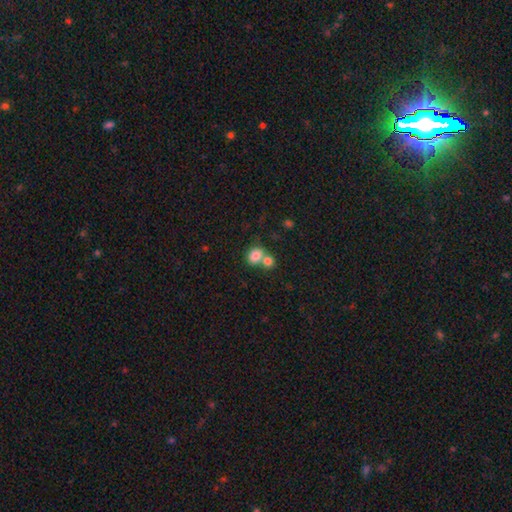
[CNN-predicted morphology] smooth-or-featured: smooth: 81% | star or artifact: 10% | featured or disk: 9%
  how-rounded: in between: 52% | round: 47% | cigar-shaped: 1%
  merging: merger: 51% | none: 37% | minor disturbance: 8% | major disturbance: 4%